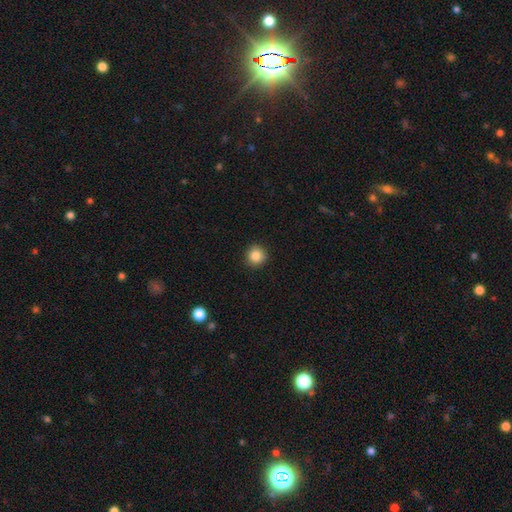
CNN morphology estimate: A smooth galaxy with no disk features (86%) that is round (93%).

Vote fractions:
- Smooth or featured? smooth: 86% / star or artifact: 10% / featured or disk: 4%
- How rounded? round: 93% / in between: 6% / cigar-shaped: 1%
- Merging? none: 91% / minor disturbance: 6% / major disturbance: 2% / merger: 1%